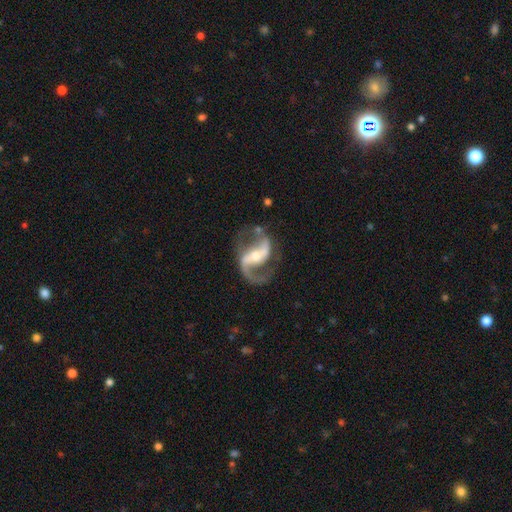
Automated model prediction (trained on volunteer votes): Smooth or featured? Predicted: featured or disk (p=0.92). Edge-on disk? Predicted: no (p=0.97). Bar? Predicted: strong (p=0.50). Spiral arms? Predicted: yes (p=0.97). Spiral winding? Predicted: loose (p=0.51). Spiral arm count? Predicted: 2 (p=0.92). Bulge size? Predicted: moderate (p=0.51). Merging? Predicted: none (p=0.73).